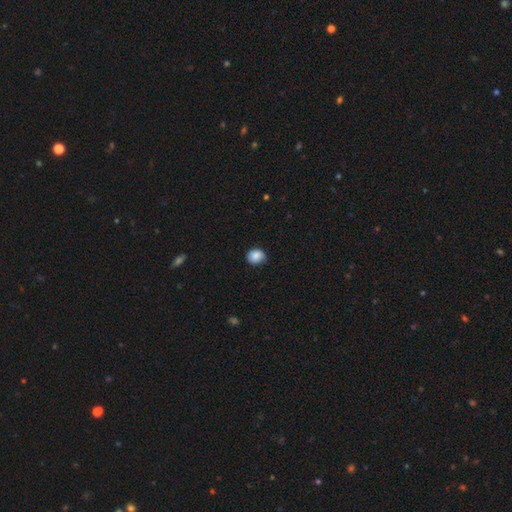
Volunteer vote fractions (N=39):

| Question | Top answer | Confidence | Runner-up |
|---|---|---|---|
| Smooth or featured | smooth | 92% | featured or disk (5%) |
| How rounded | round | 72% | in between (28%) |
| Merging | none | 74% | minor disturbance (26%) |